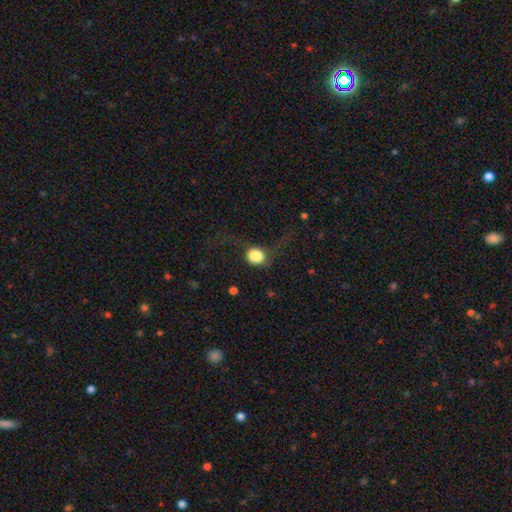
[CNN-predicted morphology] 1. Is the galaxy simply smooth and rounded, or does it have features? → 77% smooth, 14% featured or disk, 9% star or artifact.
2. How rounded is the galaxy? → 75% round, 24% in between, 1% cigar-shaped.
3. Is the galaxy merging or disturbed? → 41% none, 34% major disturbance, 21% minor disturbance, 4% merger.